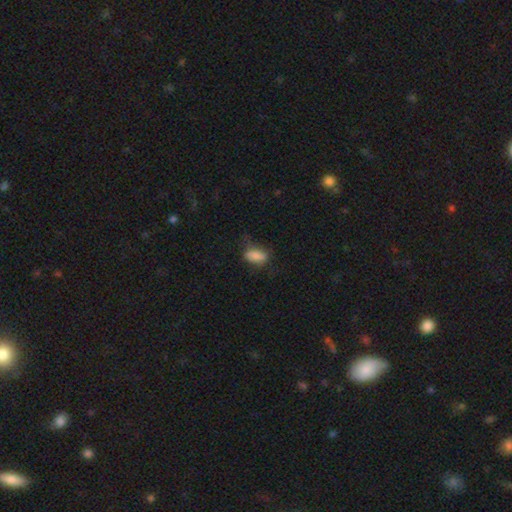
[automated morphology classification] This is likely a smooth galaxy (79%). How rounded: clearly in between (86%). Merging: possibly none (57%).